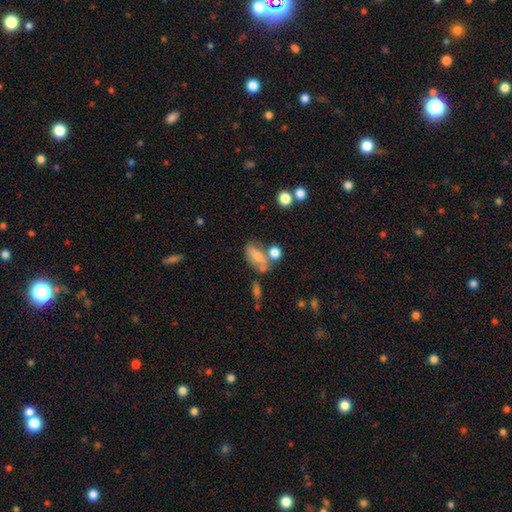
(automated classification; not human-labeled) Smooth or featured: smooth — 48% (featured or disk — 30%)
Merging: none — 46% (merger — 26%)